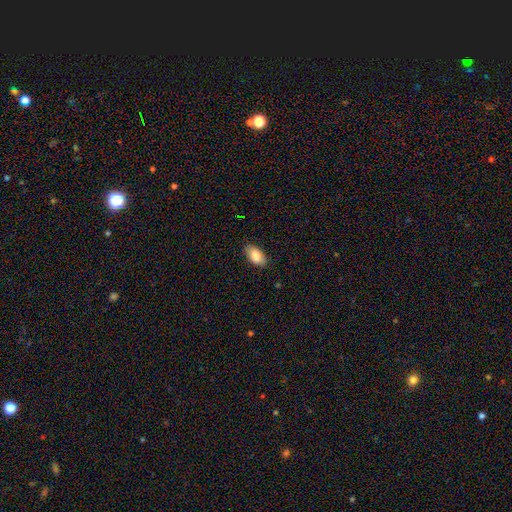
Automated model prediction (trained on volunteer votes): Smooth or featured: smooth — 86% (featured or disk — 8%)
How rounded: in between — 93% (round — 4%)
Merging: none — 85% (minor disturbance — 12%)